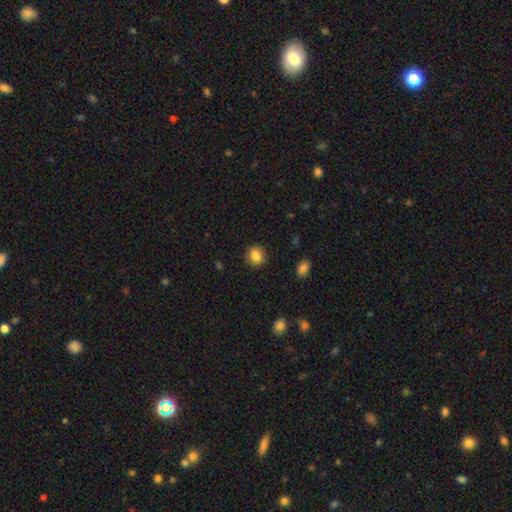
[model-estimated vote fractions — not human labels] A smooth galaxy with no disk features (86%) that is round (74%).

Vote fractions:
- Smooth or featured? smooth: 86% / star or artifact: 9% / featured or disk: 5%
- How rounded? round: 74% / in between: 25% / cigar-shaped: 1%
- Merging? none: 89% / minor disturbance: 8% / major disturbance: 2% / merger: 1%